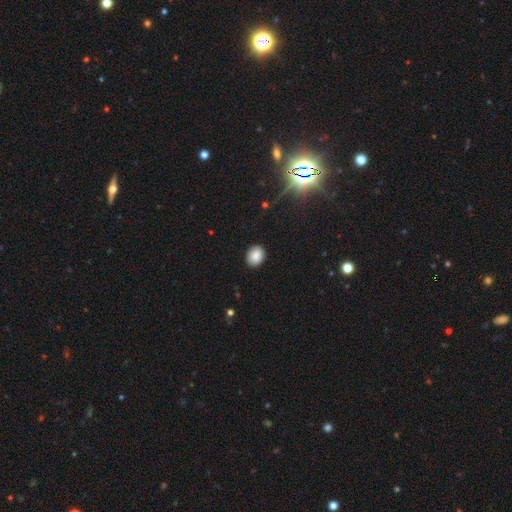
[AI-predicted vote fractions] A smooth galaxy with no disk features (86%) that is in between round and cigar-shaped (52%).

Vote fractions:
- Smooth or featured? smooth: 86% / star or artifact: 9% / featured or disk: 5%
- How rounded? in between: 52% / round: 47% / cigar-shaped: 1%
- Merging? none: 88% / minor disturbance: 9% / major disturbance: 2% / merger: 1%